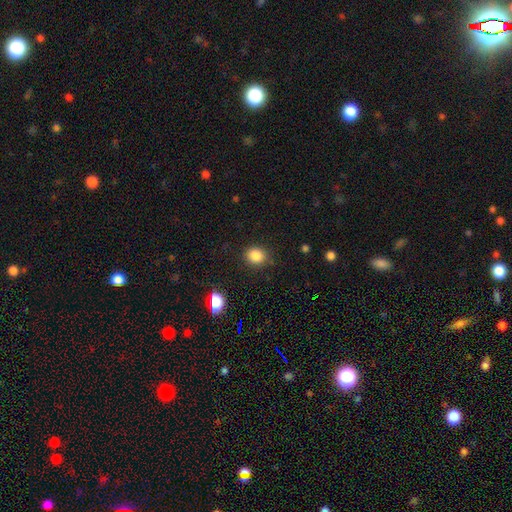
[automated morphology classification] Smooth or featured? smooth (84%)
How rounded? round (66%)
Merging? none (85%)